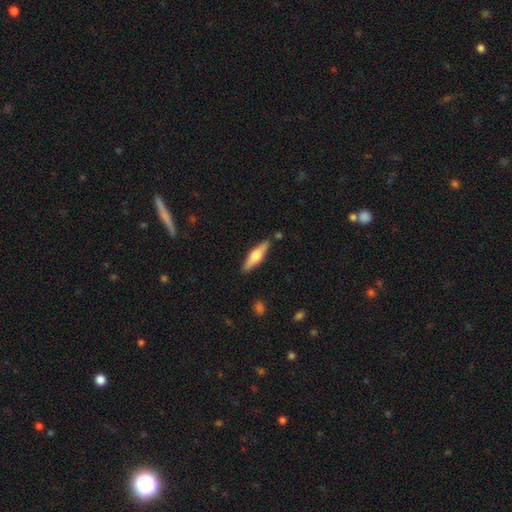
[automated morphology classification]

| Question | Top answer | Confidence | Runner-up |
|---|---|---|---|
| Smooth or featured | featured or disk | 51% | smooth (44%) |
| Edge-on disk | yes | 93% | no (7%) |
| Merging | none | 86% | minor disturbance (9%) |